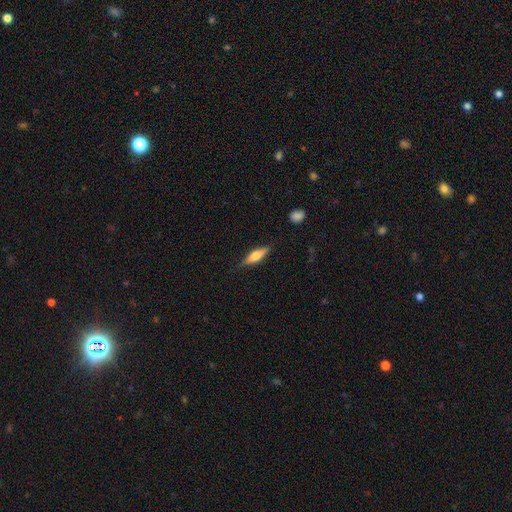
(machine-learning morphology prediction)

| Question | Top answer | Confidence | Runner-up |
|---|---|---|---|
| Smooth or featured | featured or disk | 53% | smooth (40%) |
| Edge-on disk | yes | 95% | no (5%) |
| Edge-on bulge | rounded | 90% | boxy (7%) |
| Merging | none | 84% | minor disturbance (12%) |